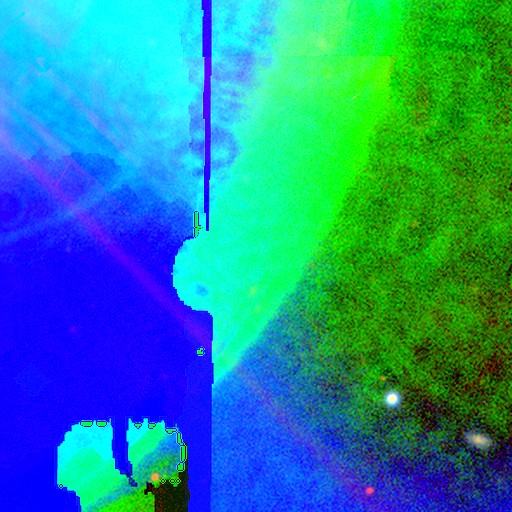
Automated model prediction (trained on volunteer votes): Smooth or featured?
  - star or artifact: 83% *
  - featured or disk: 10%
  - smooth: 7%